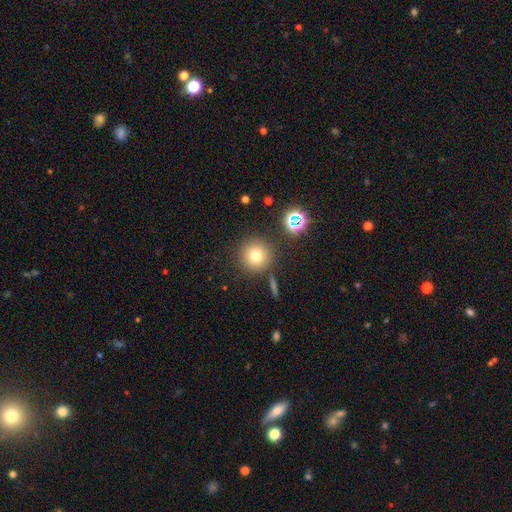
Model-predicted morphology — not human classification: smooth 74%, star or artifact 16%, featured or disk 10%. Down the decision tree: how rounded — round (95%); merging — none (85%).